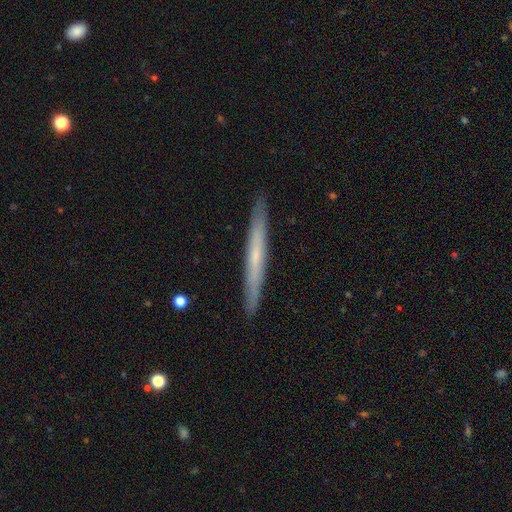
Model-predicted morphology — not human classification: Smooth or featured?
  - featured or disk: 52% *
  - smooth: 42%
  - star or artifact: 6%
Edge-on disk?
  - yes: 95% *
  - no: 5%
Merging?
  - none: 92% *
  - minor disturbance: 6%
  - major disturbance: 1%
  - merger: 1%